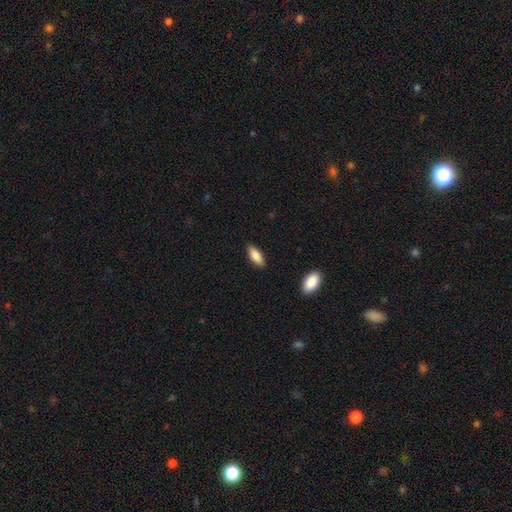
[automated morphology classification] Smooth or featured?
  - smooth: 85% *
  - featured or disk: 9%
  - star or artifact: 6%
How rounded?
  - in between: 76% *
  - cigar-shaped: 22%
  - round: 2%
Merging?
  - none: 87% *
  - minor disturbance: 9%
  - major disturbance: 2%
  - merger: 1%